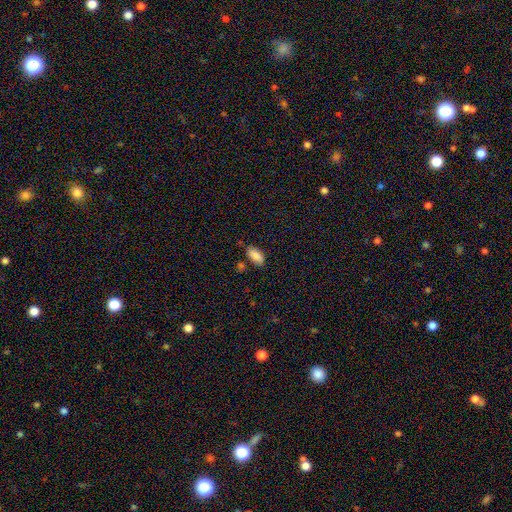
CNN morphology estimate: This is clearly a smooth galaxy (86%). How rounded: clearly in between (90%). Merging: likely none (70%).